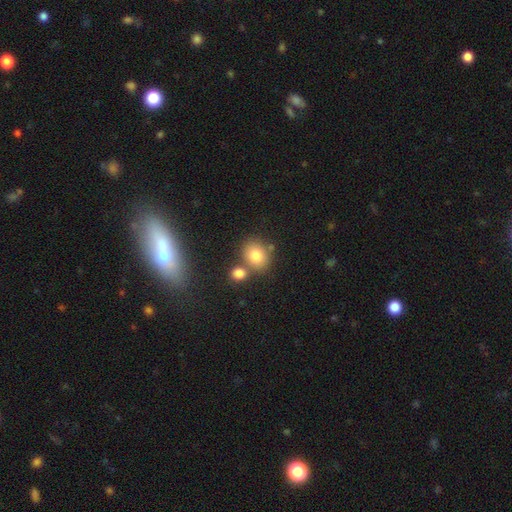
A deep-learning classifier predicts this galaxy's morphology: Smooth or featured: smooth — 79% (star or artifact — 11%)
How rounded: round — 62% (in between — 37%)
Merging: none — 60% (merger — 26%)